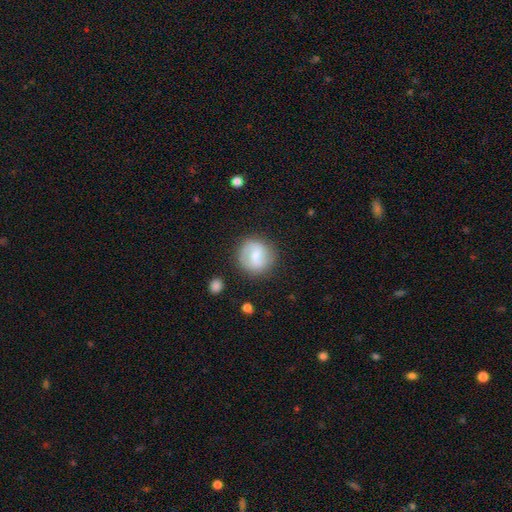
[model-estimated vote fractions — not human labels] Smooth or featured? Predicted: smooth (p=0.56). How rounded? Predicted: round (p=0.89). Merging? Predicted: none (p=0.81).